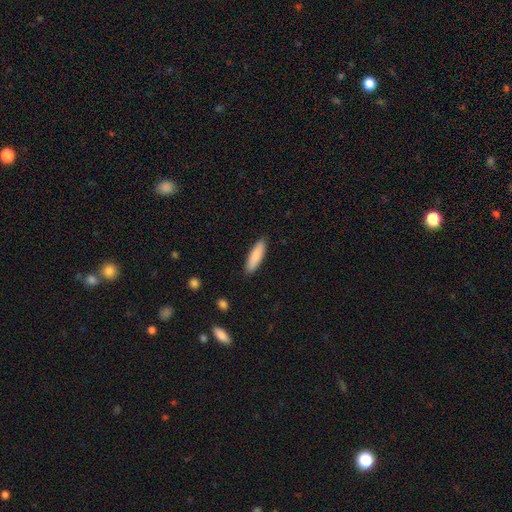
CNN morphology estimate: Overall: smooth (86%). How rounded: cigar-shaped (62%; in between 37%). Merging: none (89%).